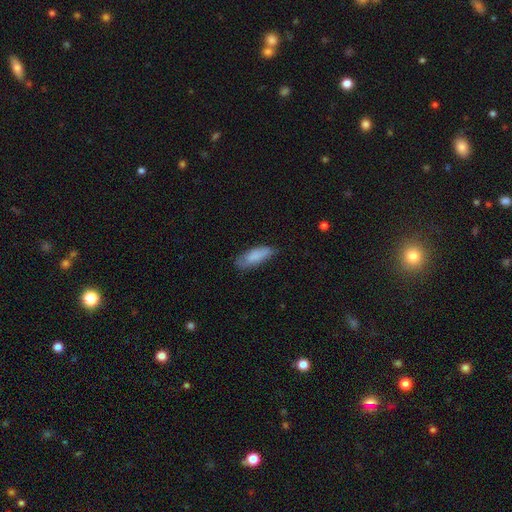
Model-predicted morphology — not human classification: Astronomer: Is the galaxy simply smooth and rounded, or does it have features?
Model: smooth — 82%.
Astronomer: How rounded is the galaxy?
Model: in between — 64%.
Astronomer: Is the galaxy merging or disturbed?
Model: none — 67%.